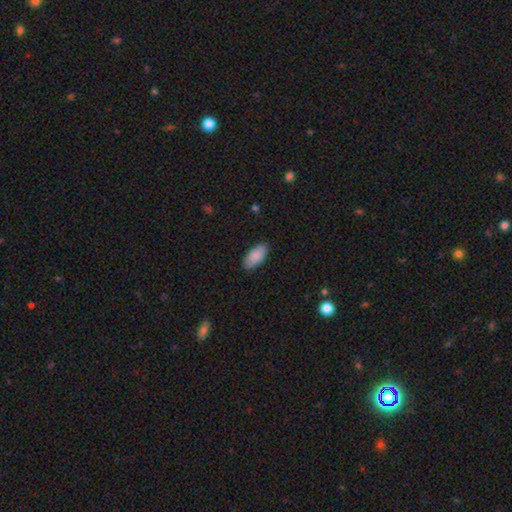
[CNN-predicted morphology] type=smooth (88%); roundness=in between (93%); merging=none (84%).